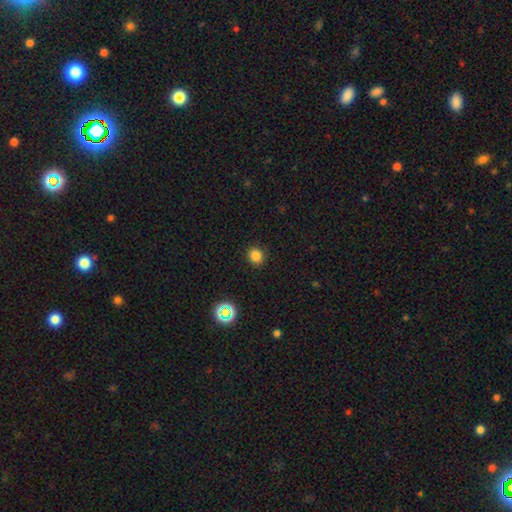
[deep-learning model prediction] Overall: smooth (82%). How rounded: round (83%). Merging: none (91%).